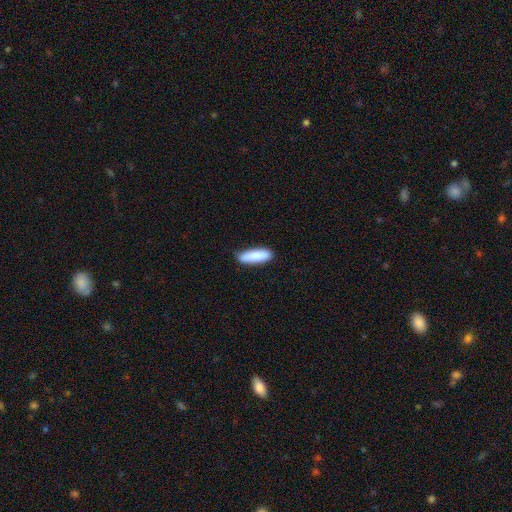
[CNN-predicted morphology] Smooth or featured? Predicted: smooth (p=0.87). How rounded? Predicted: cigar-shaped (p=0.52). Merging? Predicted: none (p=0.84).